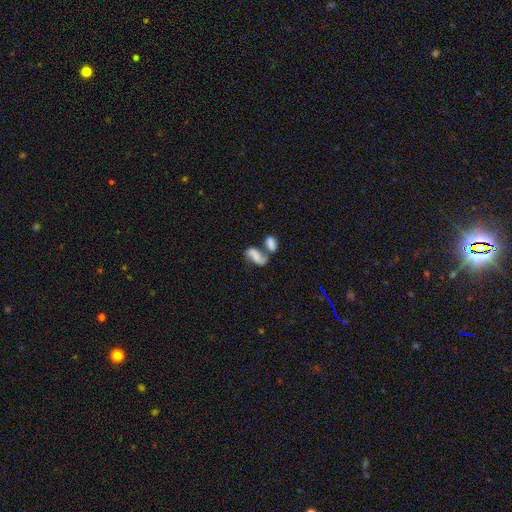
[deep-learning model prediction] The model was most divided on "smooth or featured": featured or disk: 48%, smooth: 43%, star or artifact: 10%. More confident: merging — merger (56%).